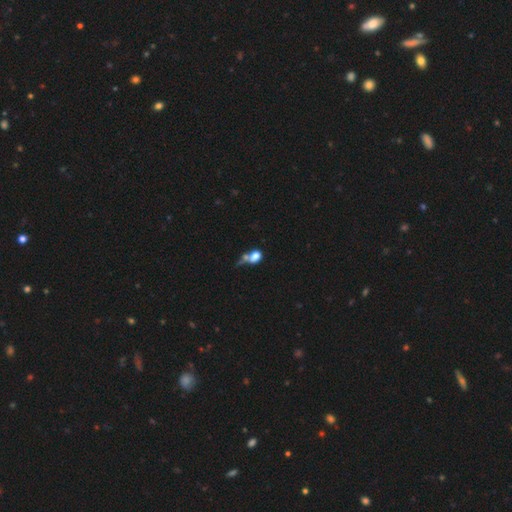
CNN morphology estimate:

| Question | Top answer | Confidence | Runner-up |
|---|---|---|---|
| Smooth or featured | smooth | 69% | featured or disk (17%) |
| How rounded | in between | 55% | round (41%) |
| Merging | merger | 47% | none (25%) |